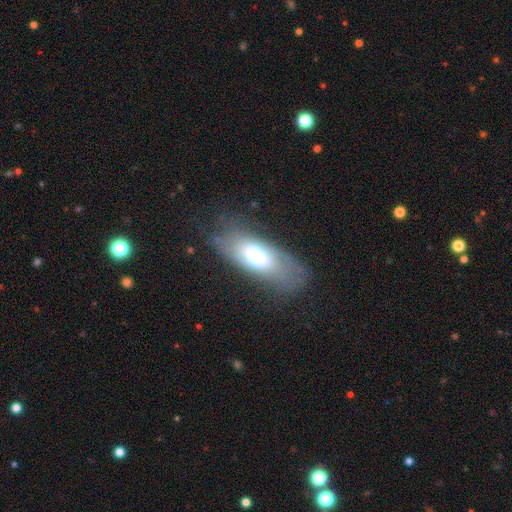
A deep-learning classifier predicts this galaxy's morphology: This appears to be a smooth galaxy with no disk features (53%) that is in between round and cigar-shaped (79%). Merging: none (60%).